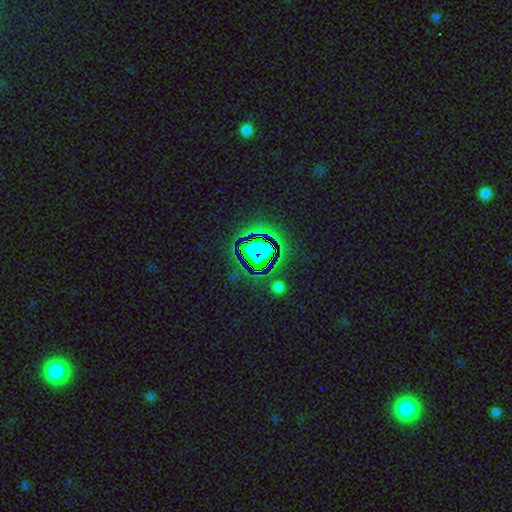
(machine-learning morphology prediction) A star or artifact, not a galaxy (76%).

Vote fractions:
- Smooth or featured? star or artifact: 76% / smooth: 14% / featured or disk: 10%